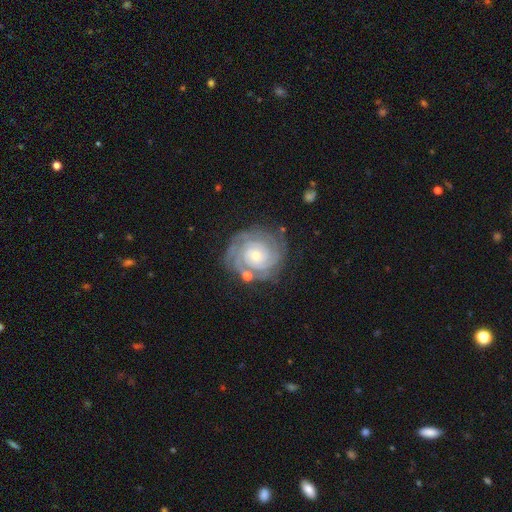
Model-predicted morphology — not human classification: Smooth or featured? Predicted: featured or disk (p=0.87). Edge-on disk? Predicted: no (p=0.98). Bar? Predicted: no (p=0.76). Spiral arms? Predicted: yes (p=0.97). Spiral winding? Predicted: tight (p=0.83). Spiral arm count? Predicted: can't tell (p=0.25). Bulge size? Predicted: small (p=0.59). Merging? Predicted: none (p=0.76).